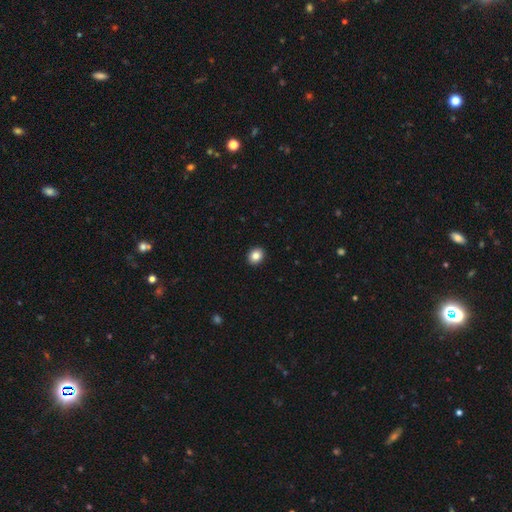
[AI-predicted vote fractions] A smooth galaxy with no disk features (85%) that is round (63%).

Vote fractions:
- Smooth or featured? smooth: 85% / star or artifact: 9% / featured or disk: 6%
- How rounded? round: 63% / in between: 36% / cigar-shaped: 1%
- Merging? none: 93% / minor disturbance: 5% / major disturbance: 1% / merger: 1%